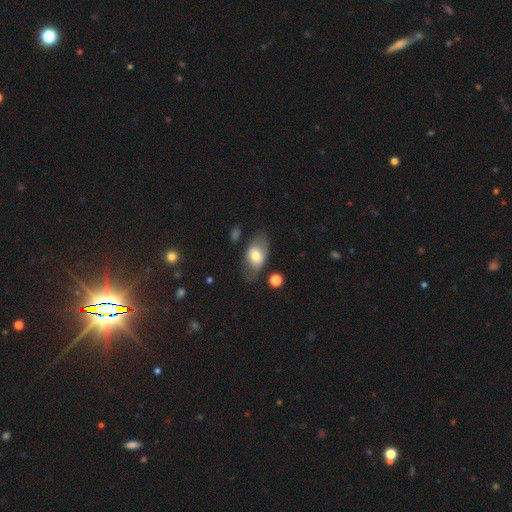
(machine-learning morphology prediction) This appears to be a smooth galaxy with no disk features (62%) that is in between round and cigar-shaped (87%). Merging: none (65%).